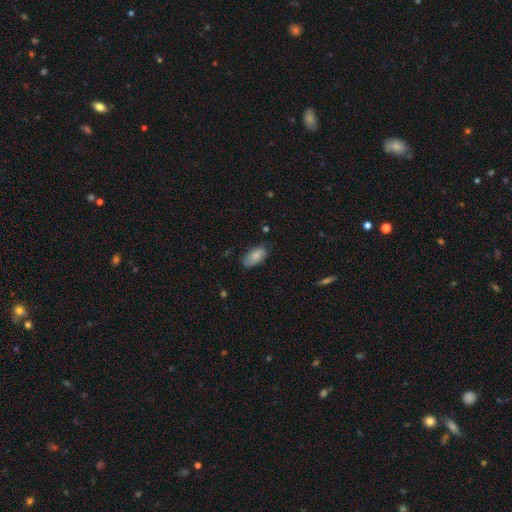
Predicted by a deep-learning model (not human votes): Smooth or featured? Predicted: smooth (p=0.82). How rounded? Predicted: in between (p=0.94). Merging? Predicted: none (p=0.70).